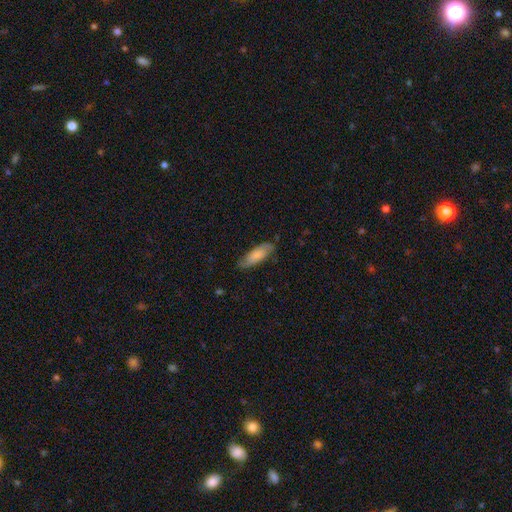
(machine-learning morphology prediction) Overall: smooth (65%; featured or disk 28%). How rounded: in between (60%; cigar-shaped 38%). Merging: none (77%).